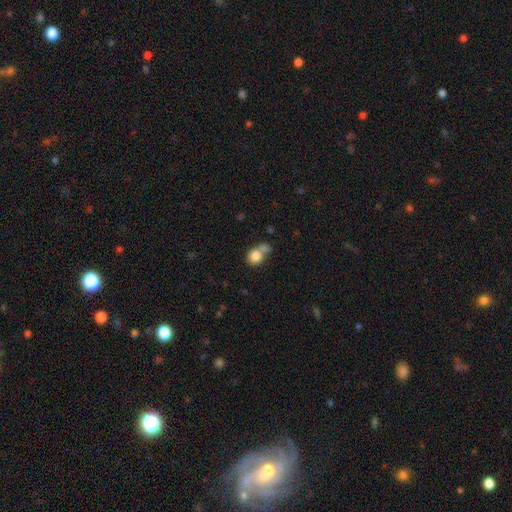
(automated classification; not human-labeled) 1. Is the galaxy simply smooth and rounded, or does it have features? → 81% smooth, 10% featured or disk, 9% star or artifact.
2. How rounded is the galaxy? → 71% round, 28% in between, 1% cigar-shaped.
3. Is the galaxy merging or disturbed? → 43% merger, 39% none, 12% minor disturbance, 6% major disturbance.